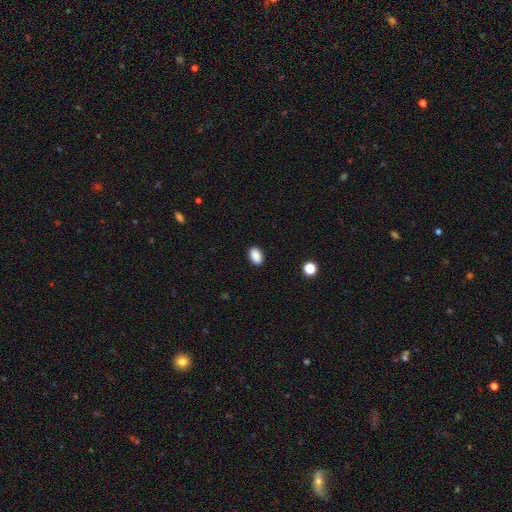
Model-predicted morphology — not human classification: Q: Smooth or featured?
A: smooth (89%); runner-up: star or artifact (8%)
Q: How rounded?
A: in between (88%); runner-up: round (11%)
Q: Merging?
A: none (89%); runner-up: minor disturbance (8%)